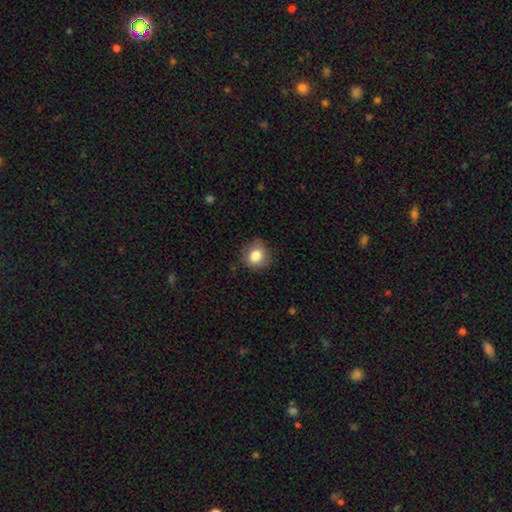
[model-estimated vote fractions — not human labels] This is clearly a smooth galaxy (83%). How rounded: clearly round (83%). Merging: clearly none (83%).